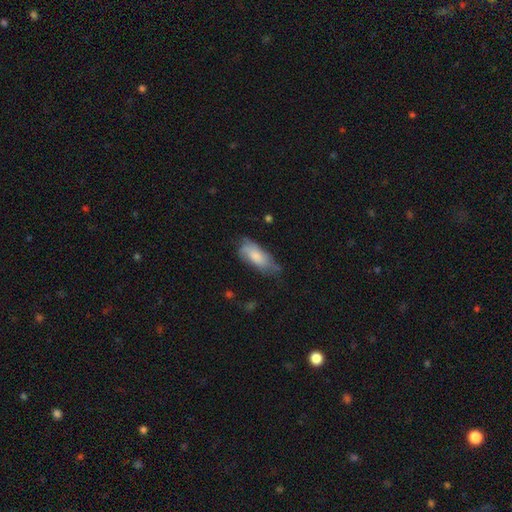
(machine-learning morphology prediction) This is likely a smooth galaxy (69%). How rounded: clearly in between (82%). Merging: marginally none (43%).